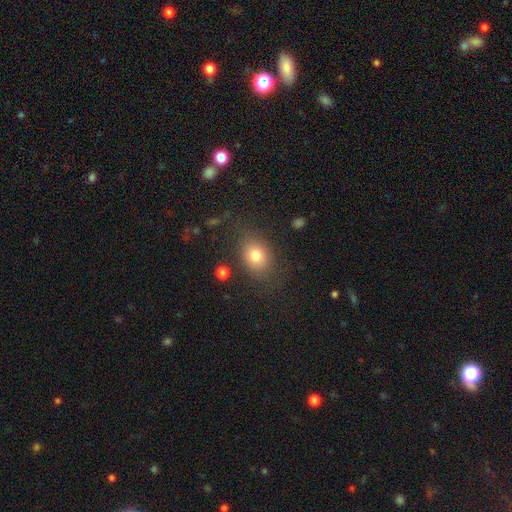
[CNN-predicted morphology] Smooth or featured? Predicted: smooth (p=0.77). How rounded? Predicted: in between (p=0.56). Merging? Predicted: none (p=0.77).